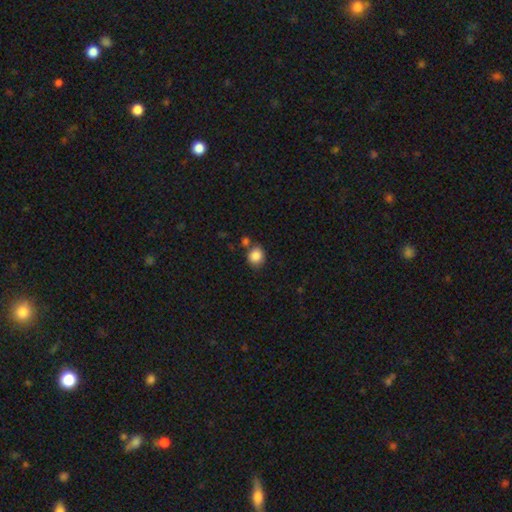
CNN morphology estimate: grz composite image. It shows a smooth galaxy with no disk features (87%) that is round (76%). Merging: none (72%).